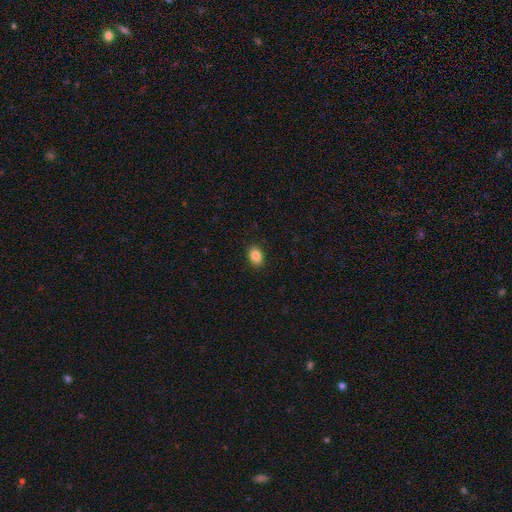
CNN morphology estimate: smooth 87%, star or artifact 9%, featured or disk 5%. Down the decision tree: how rounded — in between (79%); merging — none (90%).